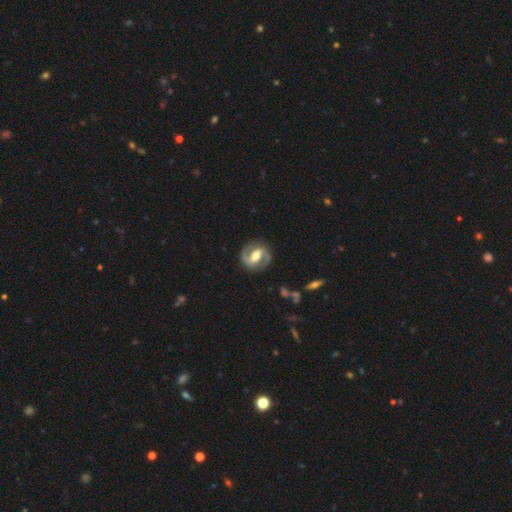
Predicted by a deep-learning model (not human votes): smooth_or_featured: featured or disk (p=0.84) [alt: smooth p=0.12]
disk_edge_on: no (p=0.97) [alt: yes p=0.03]
bar: strong (p=0.51) [alt: weak p=0.35]
has_spiral_arms: yes (p=0.91) [alt: no p=0.09]
spiral_winding: medium (p=0.52) [alt: tight p=0.30]
spiral_arm_count: 2 (p=0.91) [alt: can't tell p=0.03]
bulge_size: moderate (p=0.61) [alt: large p=0.22]
merging: none (p=0.84) [alt: minor disturbance p=0.10]